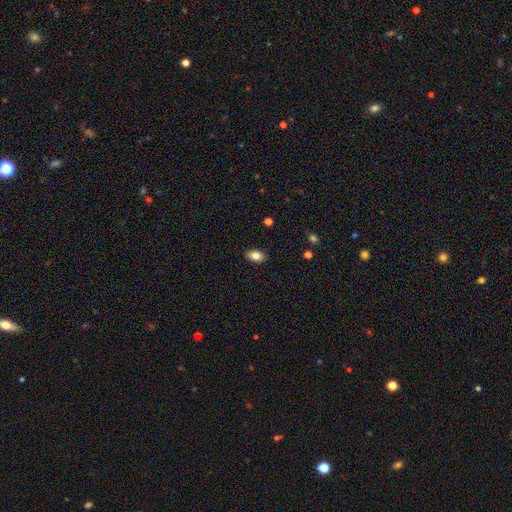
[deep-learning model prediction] Q: Smooth or featured?
A: smooth (84%); runner-up: featured or disk (8%)
Q: How rounded?
A: in between (90%); runner-up: round (8%)
Q: Merging?
A: none (87%); runner-up: minor disturbance (10%)